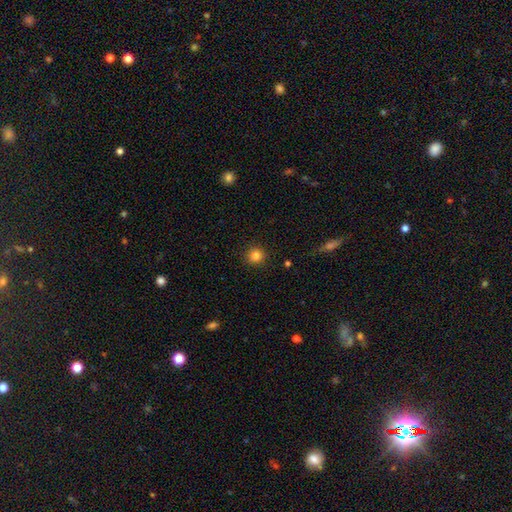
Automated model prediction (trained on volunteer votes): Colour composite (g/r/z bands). It shows a smooth galaxy with no disk features (84%) that is round (93%). Merging: none (91%).